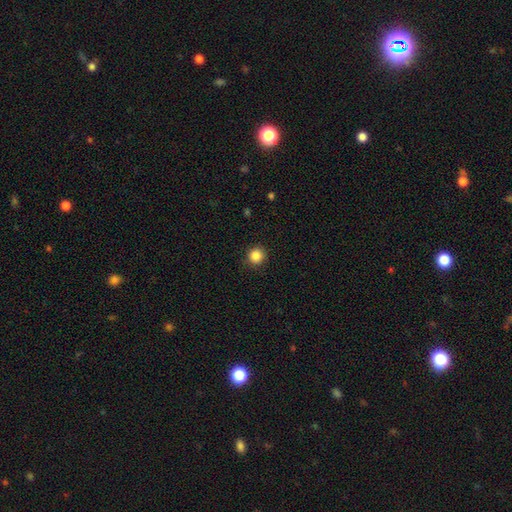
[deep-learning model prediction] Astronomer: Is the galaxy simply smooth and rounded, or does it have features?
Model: smooth — 86%.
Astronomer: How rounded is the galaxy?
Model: round — 93%.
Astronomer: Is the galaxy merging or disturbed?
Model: none — 90%.